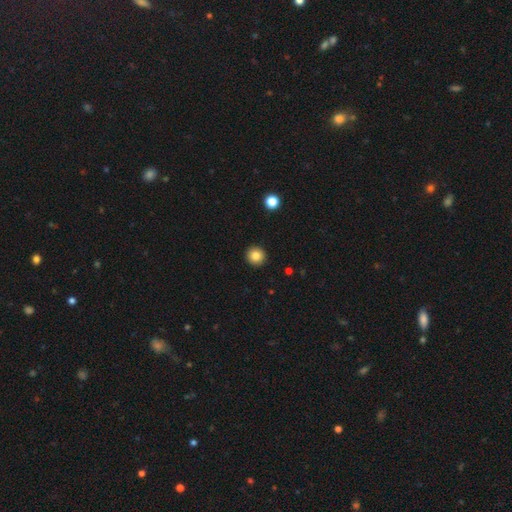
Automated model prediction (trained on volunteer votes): Overall: smooth (84%). How rounded: round (95%). Merging: none (93%).